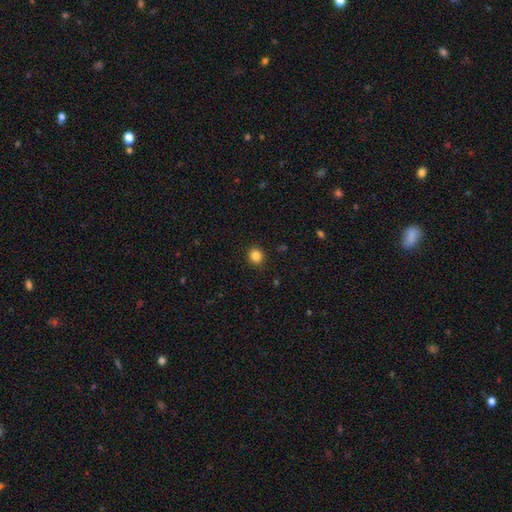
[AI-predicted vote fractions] smooth-or-featured: smooth: 85% | star or artifact: 11% | featured or disk: 4%
  how-rounded: round: 87% | in between: 12% | cigar-shaped: 1%
  merging: none: 91% | minor disturbance: 6% | major disturbance: 2% | merger: 1%